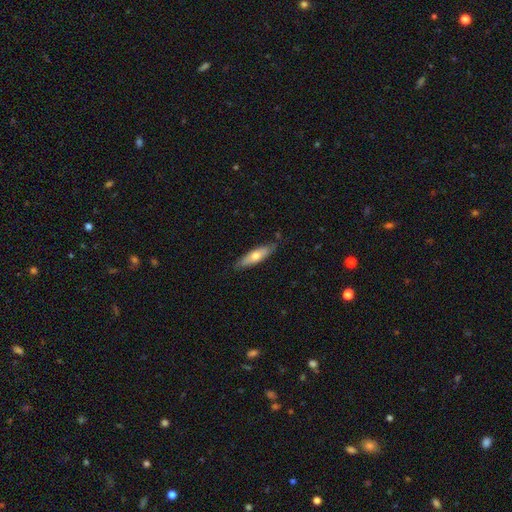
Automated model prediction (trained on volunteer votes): Morphology: type=smooth (62%); roundness=cigar-shaped (57%); merging=none (80%).